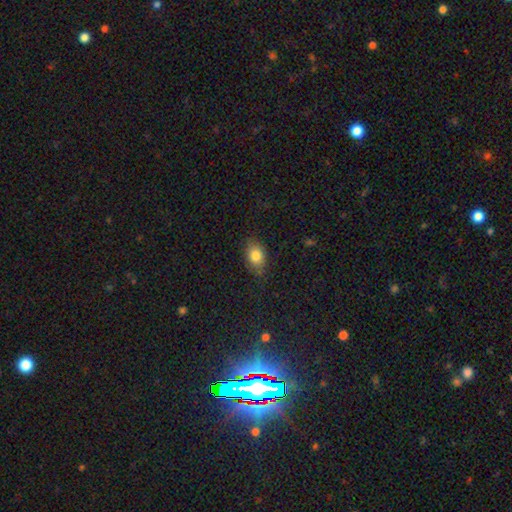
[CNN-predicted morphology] Smooth or featured?
  - smooth: 82% *
  - star or artifact: 9%
  - featured or disk: 9%
How rounded?
  - in between: 79% *
  - round: 19%
  - cigar-shaped: 2%
Merging?
  - none: 79% *
  - minor disturbance: 17%
  - major disturbance: 4%
  - merger: 1%